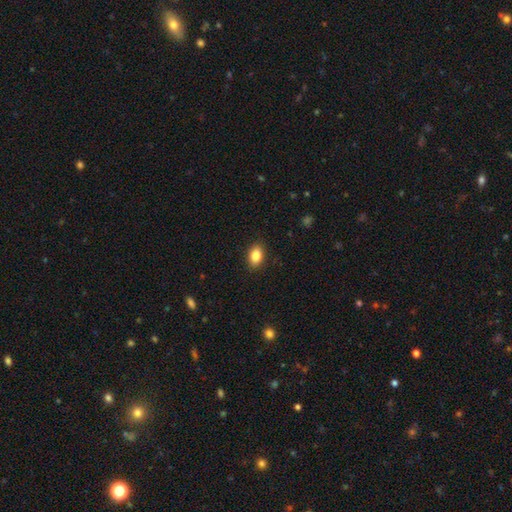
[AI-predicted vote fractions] Smooth or featured: smooth — 85% (star or artifact — 8%)
How rounded: in between — 83% (round — 15%)
Merging: none — 89% (minor disturbance — 8%)